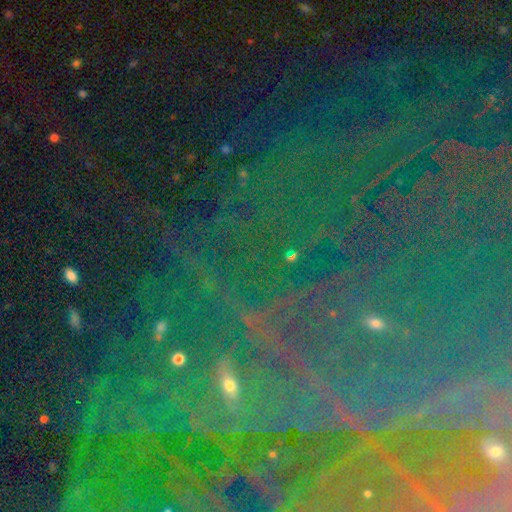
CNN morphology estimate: This is clearly a star or artifact rather than a galaxy (81%).